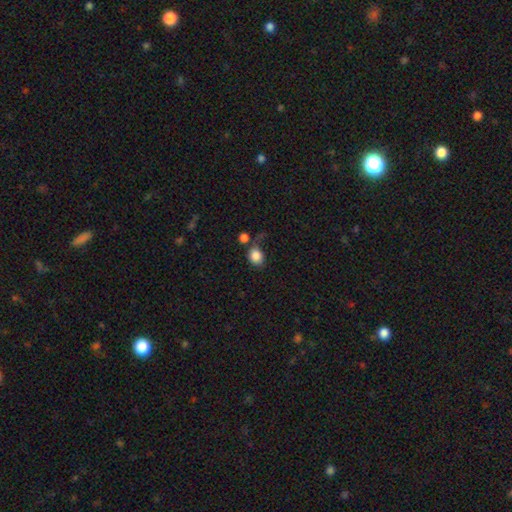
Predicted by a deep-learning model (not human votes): Smooth or featured?
  - smooth: 86% *
  - star or artifact: 9%
  - featured or disk: 5%
How rounded?
  - round: 63% *
  - in between: 36%
  - cigar-shaped: 1%
Merging?
  - none: 52% *
  - merger: 19%
  - minor disturbance: 18%
  - major disturbance: 11%